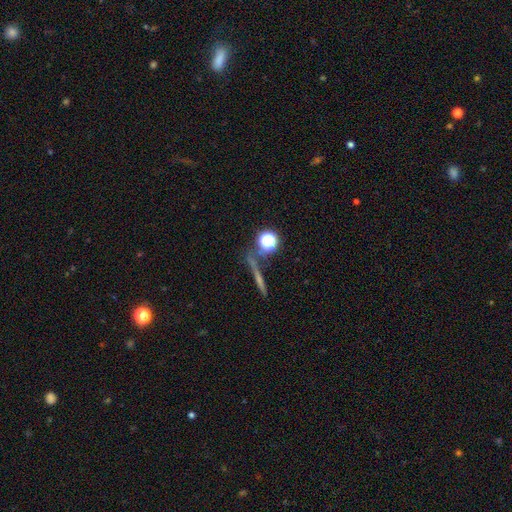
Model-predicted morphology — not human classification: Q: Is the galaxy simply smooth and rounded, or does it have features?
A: star or artifact — 45%.